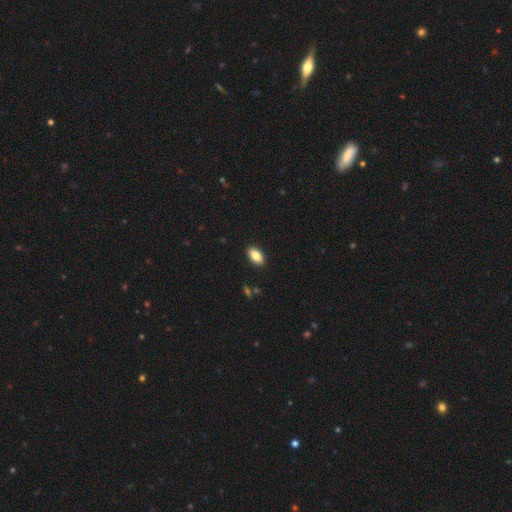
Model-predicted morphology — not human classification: This appears to be a smooth galaxy with no disk features (85%) that is in between round and cigar-shaped (92%). Merging: none (90%).